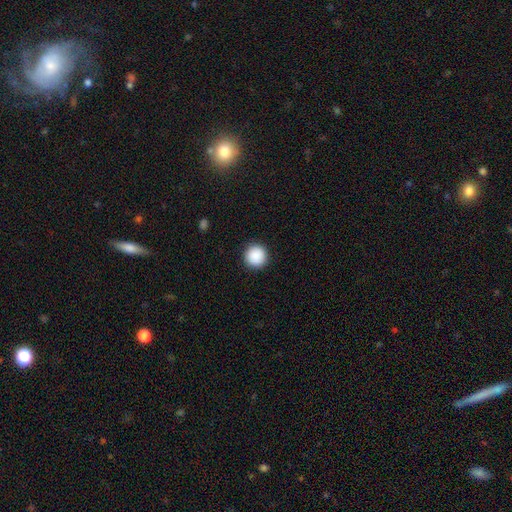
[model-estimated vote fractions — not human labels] Smooth or featured?
  - smooth: 89% *
  - star or artifact: 8%
  - featured or disk: 3%
How rounded?
  - round: 96% *
  - in between: 3%
  - cigar-shaped: 1%
Merging?
  - none: 92% *
  - minor disturbance: 5%
  - major disturbance: 2%
  - merger: 1%